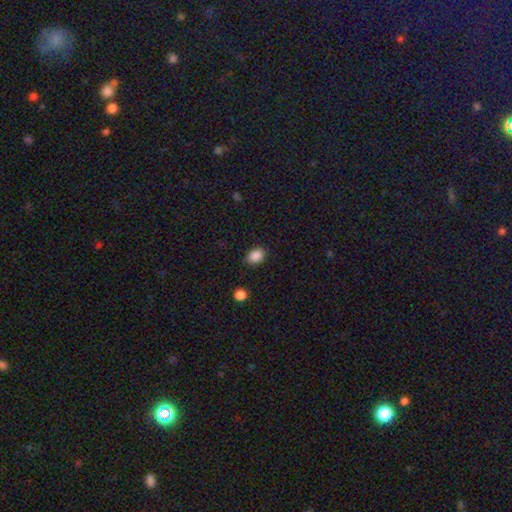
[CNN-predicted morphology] A smooth galaxy with no disk features (88%) that is in between round and cigar-shaped (72%). Merging: none (86%).